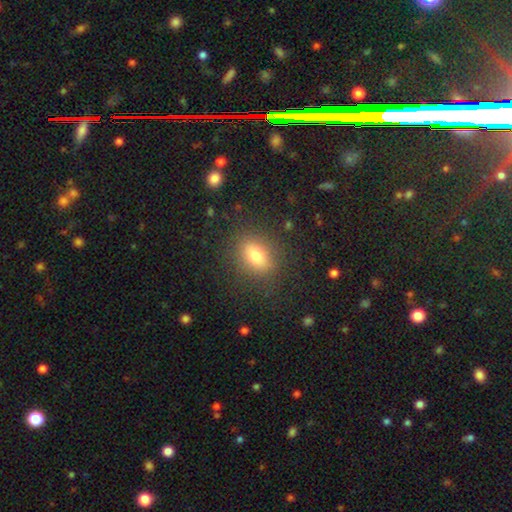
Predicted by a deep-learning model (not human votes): The model was most divided on "how rounded": in between: 69%, round: 25%, cigar-shaped: 5%. More confident: merging — none (85%); smooth or featured — smooth (74%).